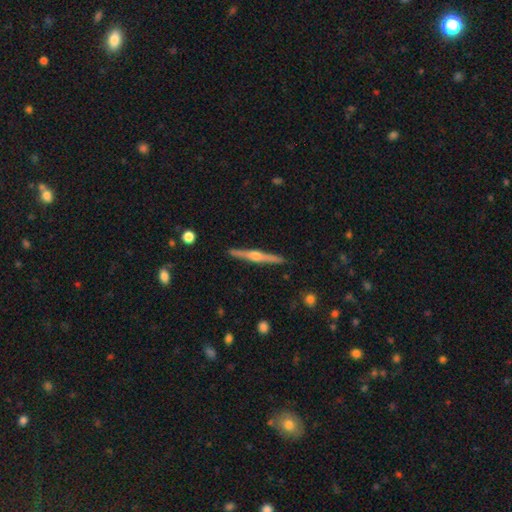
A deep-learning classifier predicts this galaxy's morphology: This appears to be a featured or disk galaxy (80%) viewed edge-on (98%) with a rounded central bulge (91%). Merging: none (92%).